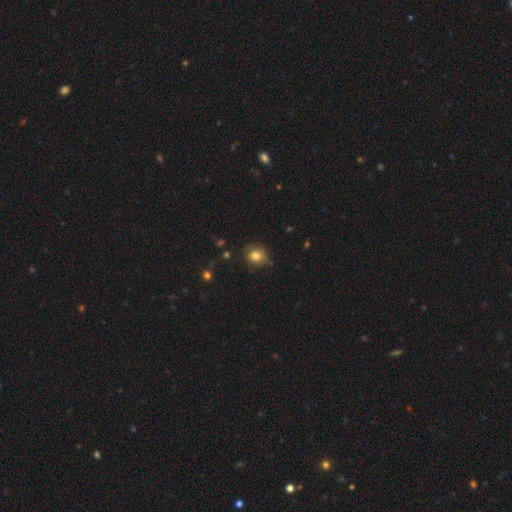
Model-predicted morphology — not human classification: smooth 82%, star or artifact 11%, featured or disk 7%. Down the decision tree: how rounded — round (70%); merging — none (78%).